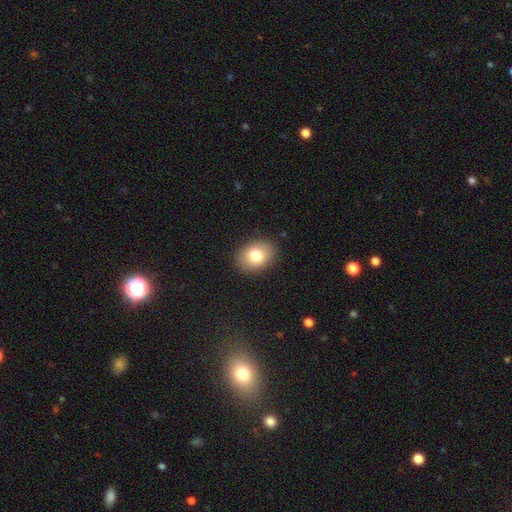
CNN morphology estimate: This is likely a smooth galaxy (80%). How rounded: likely in between (69%). Merging: clearly none (88%).